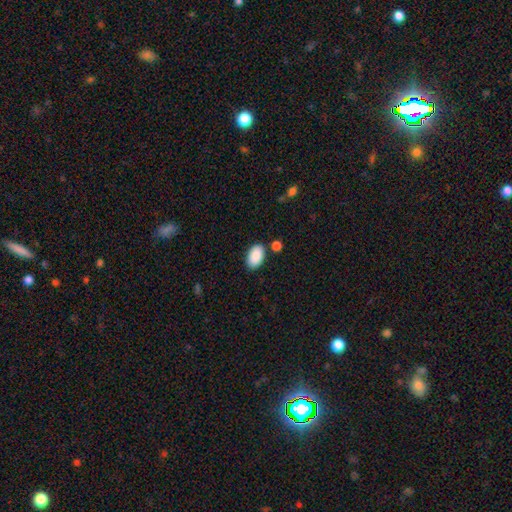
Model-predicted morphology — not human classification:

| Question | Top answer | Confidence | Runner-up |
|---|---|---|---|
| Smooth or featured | smooth | 90% | star or artifact (6%) |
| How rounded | in between | 94% | round (5%) |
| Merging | none | 82% | minor disturbance (10%) |